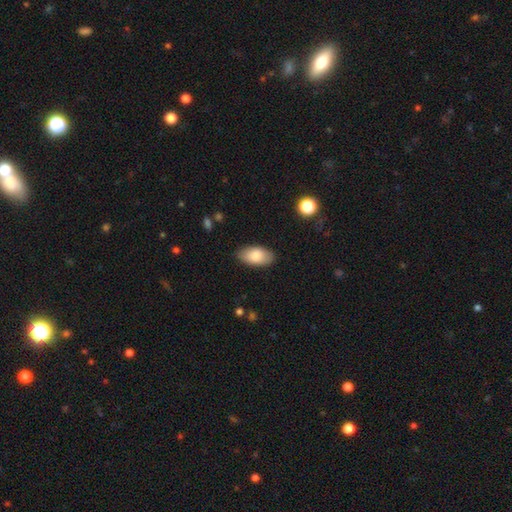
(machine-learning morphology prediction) Smooth or featured? smooth (84%)
How rounded? in between (94%)
Merging? none (86%)